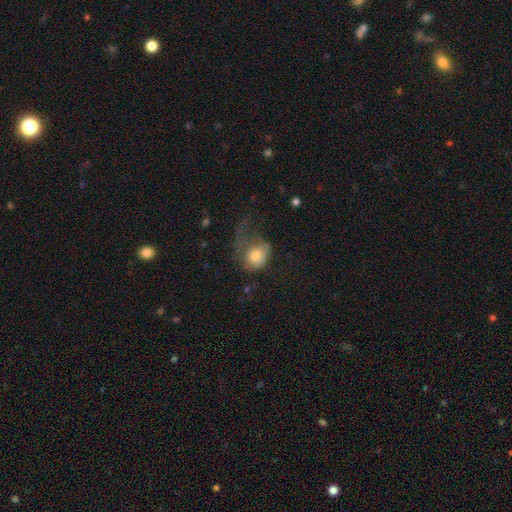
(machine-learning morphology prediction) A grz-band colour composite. It shows a smooth galaxy with no disk features (70%) that is round (62%). Merging: major disturbance (59%).